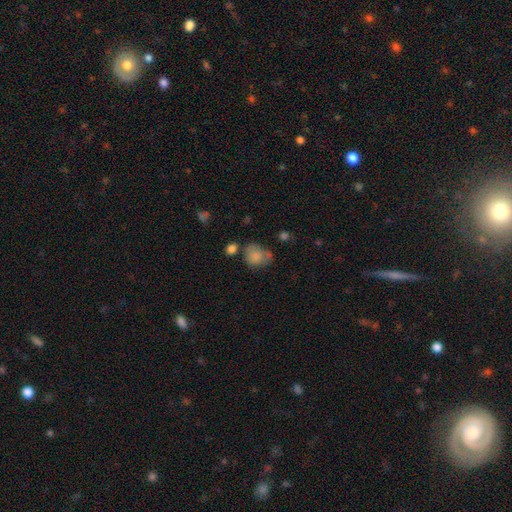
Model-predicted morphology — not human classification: The model was most divided on "merging": none: 43%, minor disturbance: 28%, merger: 15%, major disturbance: 14%. More confident: smooth or featured — smooth (79%); how rounded — round (58%).